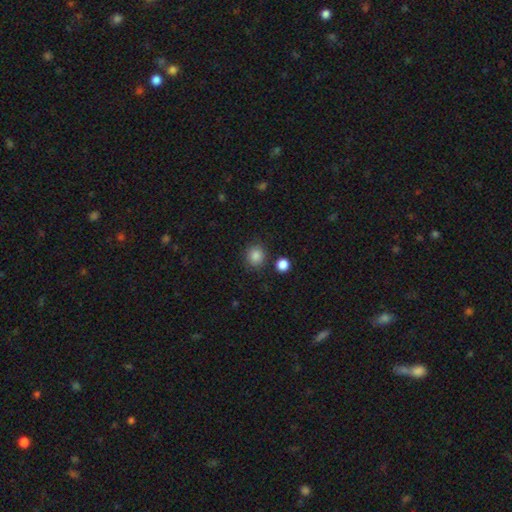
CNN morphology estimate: smooth 86%, star or artifact 10%, featured or disk 4%. Down the decision tree: how rounded — round (86%); merging — none (85%).